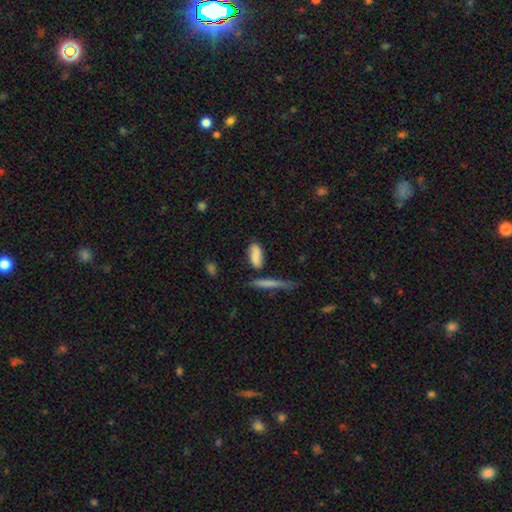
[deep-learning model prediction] Overall: smooth (80%). How rounded: in between (75%). Merging: none (62%).